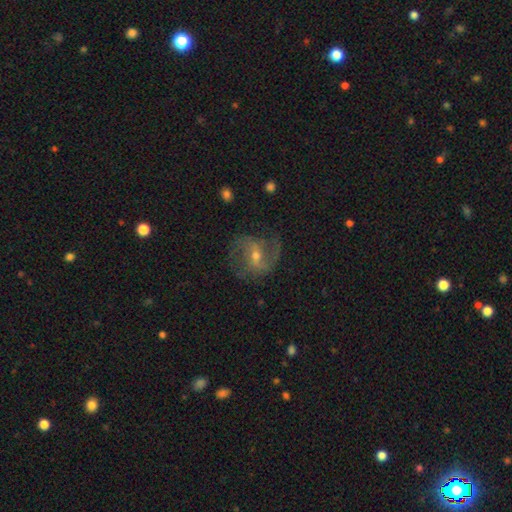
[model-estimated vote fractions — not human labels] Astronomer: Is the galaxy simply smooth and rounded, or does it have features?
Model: featured or disk — 81%.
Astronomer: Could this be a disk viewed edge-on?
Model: no — 97%.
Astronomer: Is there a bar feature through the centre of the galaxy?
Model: weak — 47% (runner-up: no, 27%).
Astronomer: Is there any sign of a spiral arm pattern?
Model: yes — 93%.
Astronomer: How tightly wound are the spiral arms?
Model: medium — 48% (runner-up: loose, 37%).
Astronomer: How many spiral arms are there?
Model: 2 — 75%.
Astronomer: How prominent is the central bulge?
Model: small — 54% (runner-up: moderate, 42%).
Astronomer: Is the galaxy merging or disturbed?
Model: none — 68%.